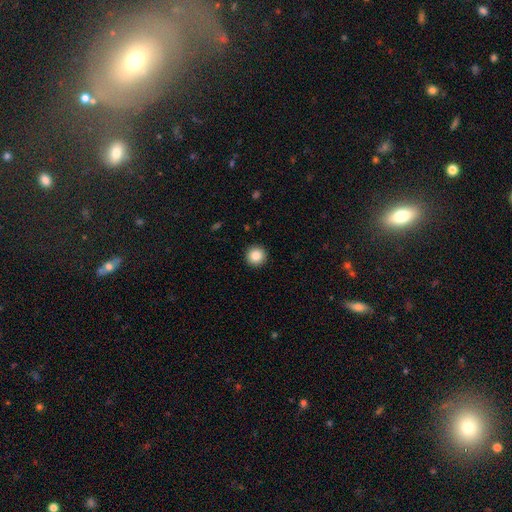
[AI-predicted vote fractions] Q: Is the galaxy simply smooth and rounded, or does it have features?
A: smooth — 87%.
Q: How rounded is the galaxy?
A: round — 96%.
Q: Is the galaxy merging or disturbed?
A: none — 93%.